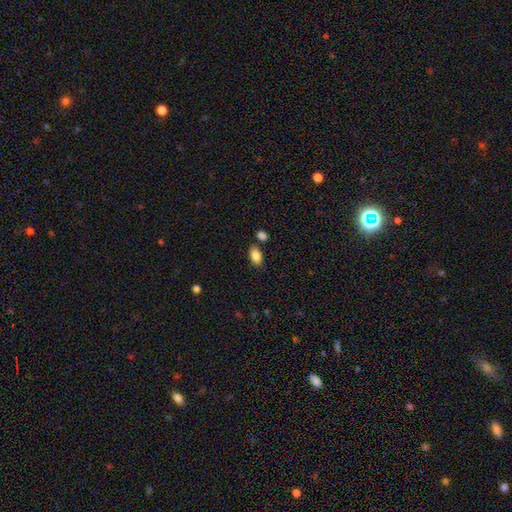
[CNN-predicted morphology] Overall: smooth (86%). How rounded: in between (91%). Merging: none (78%).